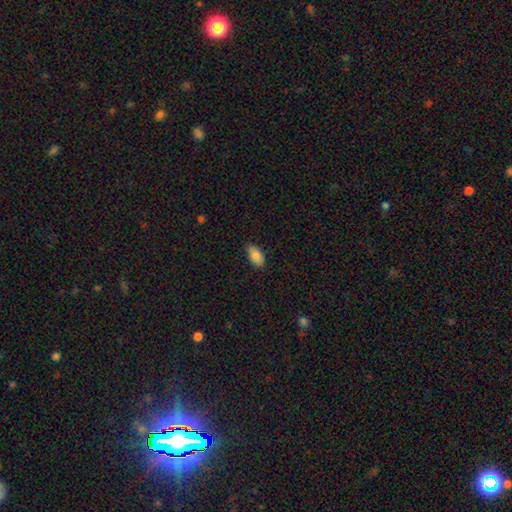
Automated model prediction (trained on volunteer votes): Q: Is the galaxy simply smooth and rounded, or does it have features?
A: smooth — 84%.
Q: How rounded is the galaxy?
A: in between — 93%.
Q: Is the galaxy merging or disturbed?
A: none — 80%.